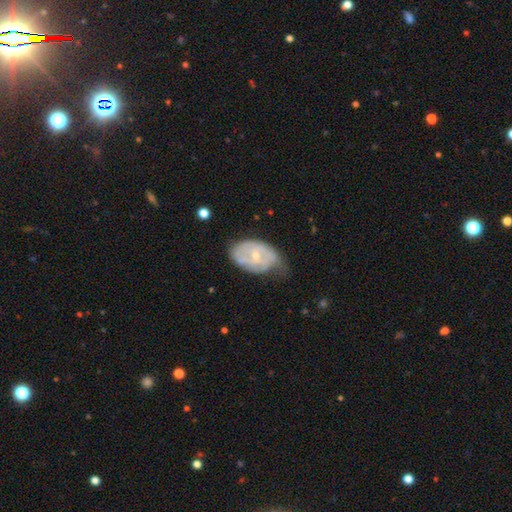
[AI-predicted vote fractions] Overall: featured or disk (61%; smooth 32%). Edge-on disk: no (95%). Bar: no (69%). Spiral arms: yes (65%; no 35%). Bulge size: small (65%; moderate 32%). Merging: minor disturbance (42%; none 39%).